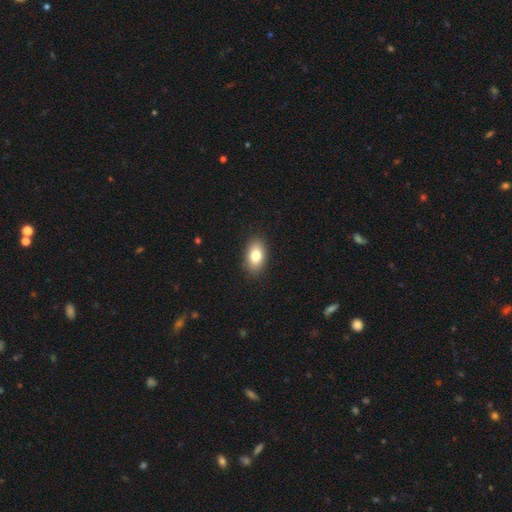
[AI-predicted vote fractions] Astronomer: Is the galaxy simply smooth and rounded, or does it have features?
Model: smooth — 80%.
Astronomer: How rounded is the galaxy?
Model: in between — 90%.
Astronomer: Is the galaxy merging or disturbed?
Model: none — 89%.